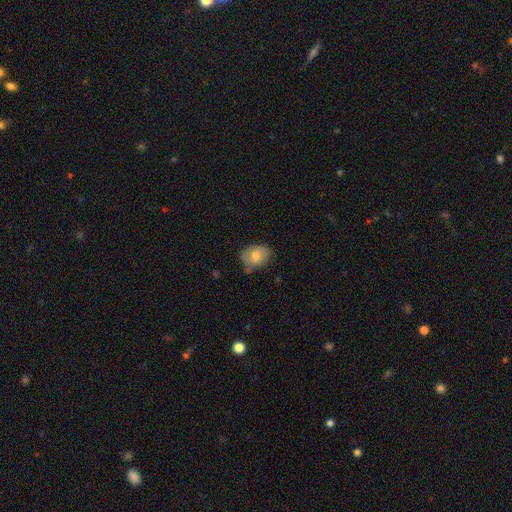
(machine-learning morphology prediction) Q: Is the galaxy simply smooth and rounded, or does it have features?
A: smooth — 77%.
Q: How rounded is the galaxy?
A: in between — 62%.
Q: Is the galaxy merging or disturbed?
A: none — 68%.